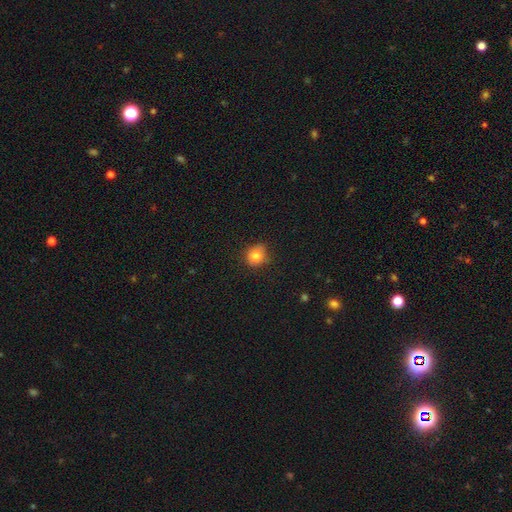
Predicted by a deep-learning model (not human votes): This is clearly a smooth galaxy (81%). How rounded: likely round (73%). Merging: likely none (71%).